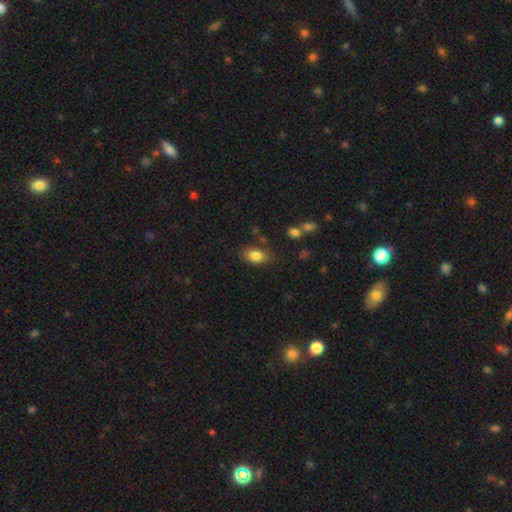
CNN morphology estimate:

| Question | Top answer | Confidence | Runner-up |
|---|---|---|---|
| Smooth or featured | smooth | 84% | star or artifact (8%) |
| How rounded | in between | 86% | round (12%) |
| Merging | none | 79% | minor disturbance (14%) |